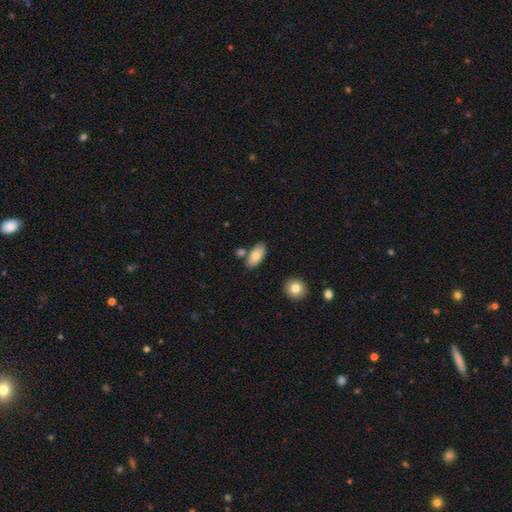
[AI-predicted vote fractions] Overall: smooth (80%). How rounded: in between (91%). Merging: none (75%).